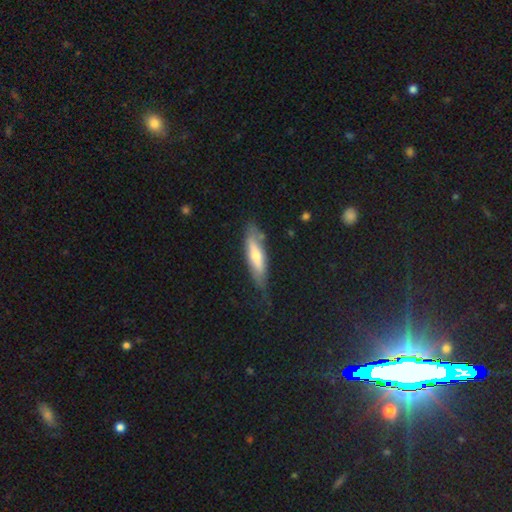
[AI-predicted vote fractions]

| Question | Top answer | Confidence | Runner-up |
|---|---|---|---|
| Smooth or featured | smooth | 49% | featured or disk (44%) |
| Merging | none | 63% | minor disturbance (27%) |